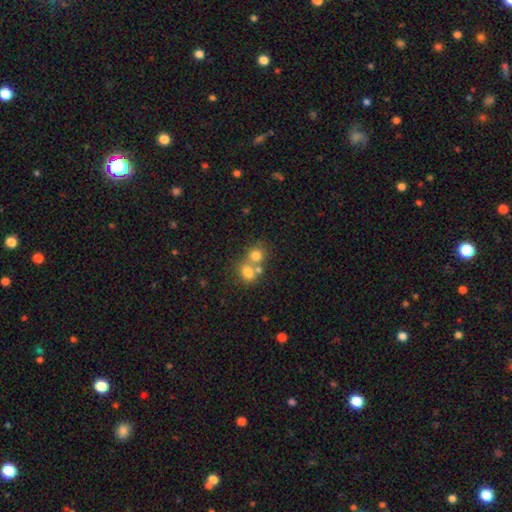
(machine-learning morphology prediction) Smooth or featured?
  - smooth: 73% *
  - star or artifact: 13%
  - featured or disk: 13%
How rounded?
  - round: 77% *
  - in between: 22%
  - cigar-shaped: 1%
Merging?
  - merger: 51% *
  - none: 39%
  - minor disturbance: 6%
  - major disturbance: 3%